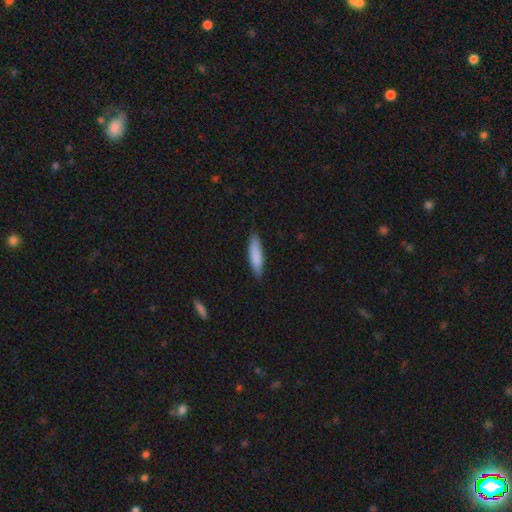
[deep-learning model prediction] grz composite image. It shows a smooth galaxy with no disk features (84%) that is cigar-shaped (73%). Merging: none (85%).